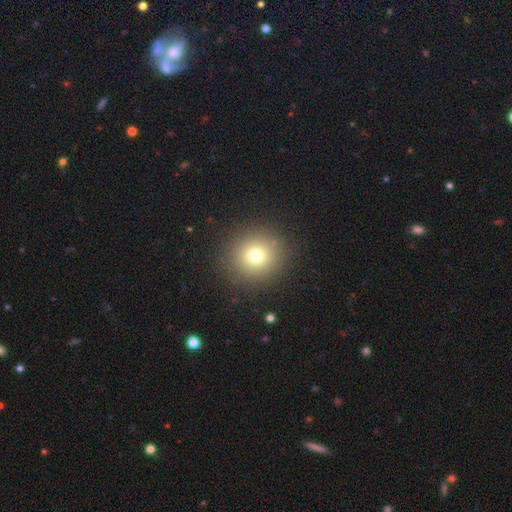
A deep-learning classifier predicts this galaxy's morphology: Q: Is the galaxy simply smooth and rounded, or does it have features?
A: smooth — 74%.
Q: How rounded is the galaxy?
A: round — 93%.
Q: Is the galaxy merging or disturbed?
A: none — 89%.